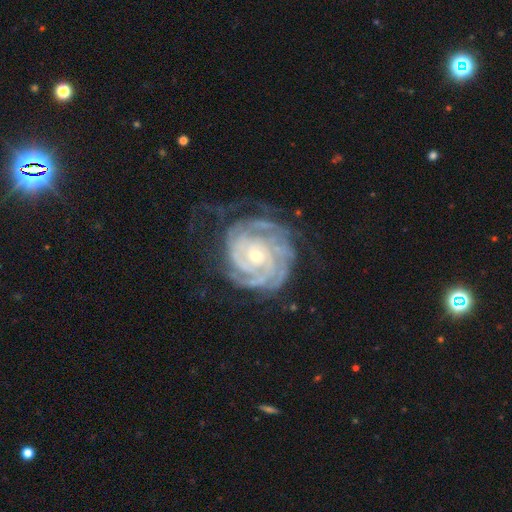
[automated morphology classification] smooth_or_featured: featured or disk (p=0.89) [alt: star or artifact p=0.06]
disk_edge_on: no (p=0.97) [alt: yes p=0.03]
bar: no (p=0.77) [alt: weak p=0.17]
has_spiral_arms: yes (p=0.97) [alt: no p=0.03]
spiral_winding: tight (p=0.80) [alt: medium p=0.16]
spiral_arm_count: can't tell (p=0.28) [alt: 3 p=0.20]
bulge_size: small (p=0.66) [alt: moderate p=0.30]
merging: none (p=0.59) [alt: minor disturbance p=0.21]